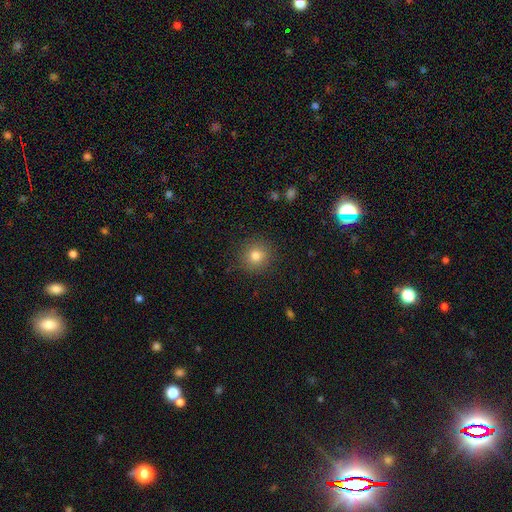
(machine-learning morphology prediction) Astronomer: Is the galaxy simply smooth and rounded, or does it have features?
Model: smooth — 80%.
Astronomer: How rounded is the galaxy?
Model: round — 92%.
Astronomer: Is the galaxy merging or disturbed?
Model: none — 89%.